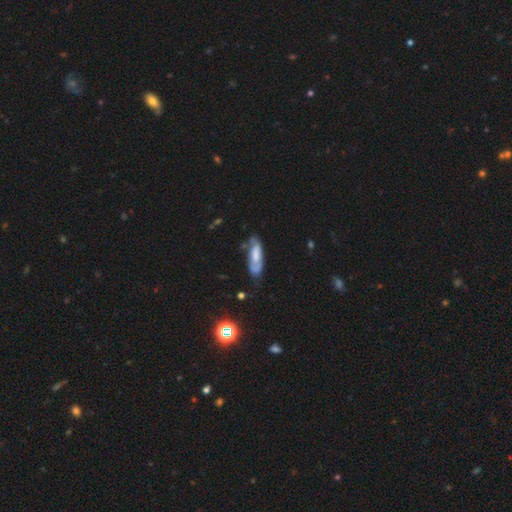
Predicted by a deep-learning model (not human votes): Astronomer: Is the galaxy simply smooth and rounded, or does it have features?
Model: featured or disk — 51% (runner-up: smooth, 42%).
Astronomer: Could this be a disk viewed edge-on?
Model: no — 79%.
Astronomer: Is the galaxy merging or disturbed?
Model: none — 55%.